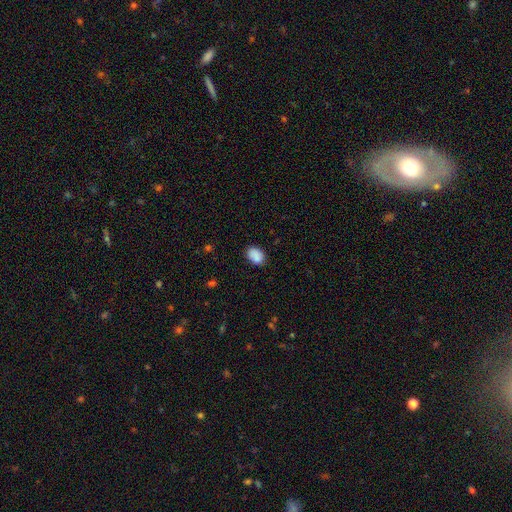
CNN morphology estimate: smooth-or-featured: smooth: 87% | star or artifact: 8% | featured or disk: 5%
  how-rounded: in between: 77% | round: 22% | cigar-shaped: 1%
  merging: none: 79% | minor disturbance: 16% | major disturbance: 3% | merger: 2%